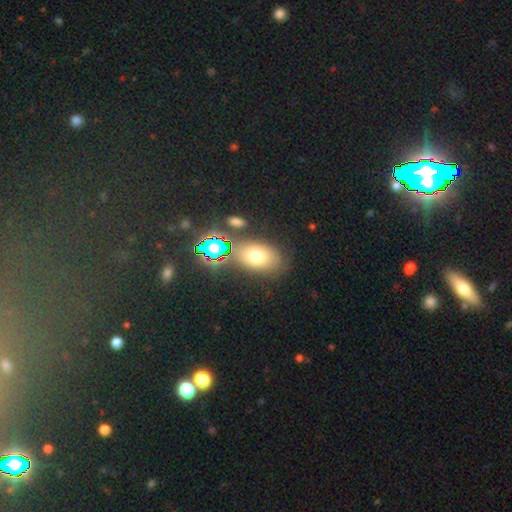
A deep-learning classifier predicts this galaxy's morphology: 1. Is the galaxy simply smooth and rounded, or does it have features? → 65% smooth, 21% star or artifact, 14% featured or disk.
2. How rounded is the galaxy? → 82% in between, 15% round, 2% cigar-shaped.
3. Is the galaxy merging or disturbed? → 74% none, 13% minor disturbance, 8% merger, 5% major disturbance.